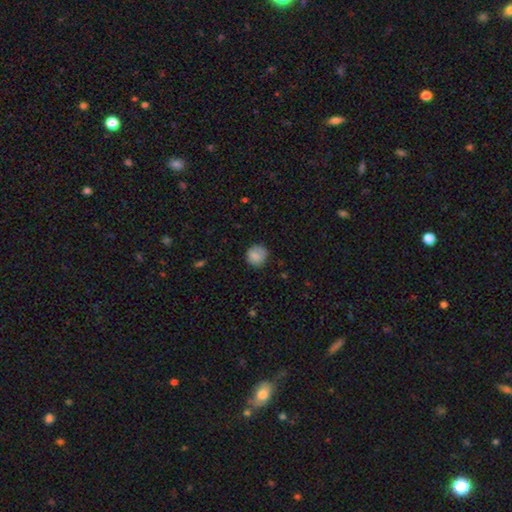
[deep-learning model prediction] Overall: smooth (83%). How rounded: round (89%). Merging: none (79%).